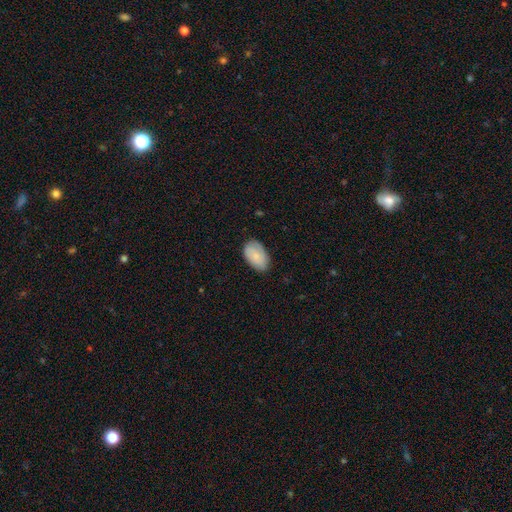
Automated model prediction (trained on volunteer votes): This appears to be a smooth galaxy with no disk features (78%) that is in between round and cigar-shaped (92%). Merging: none (79%).